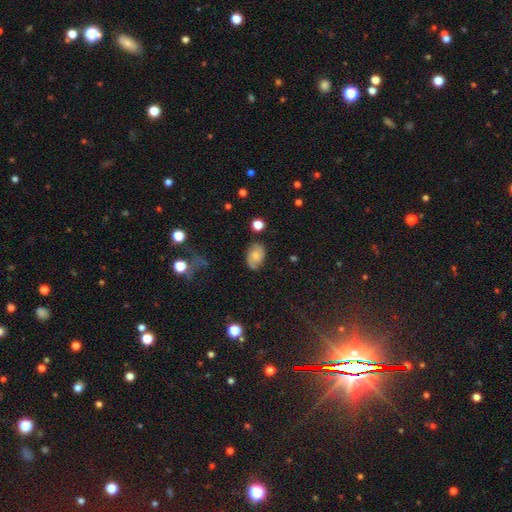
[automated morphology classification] Smooth or featured?
  - featured or disk: 46% *
  - smooth: 43%
  - star or artifact: 10%
Merging?
  - none: 72% *
  - minor disturbance: 20%
  - major disturbance: 6%
  - merger: 2%